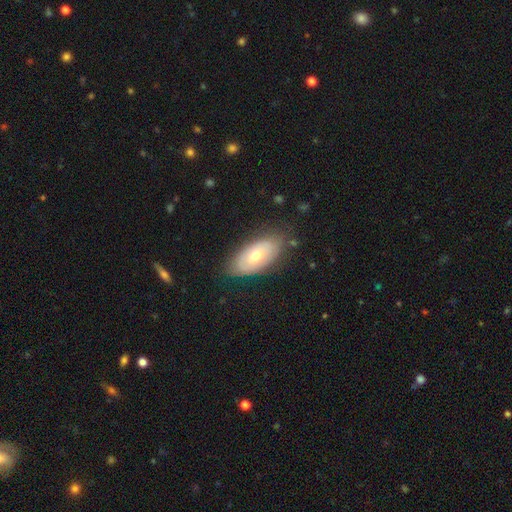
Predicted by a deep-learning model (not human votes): This is possibly a smooth galaxy (55%). How rounded: clearly in between (92%). Merging: likely none (76%).